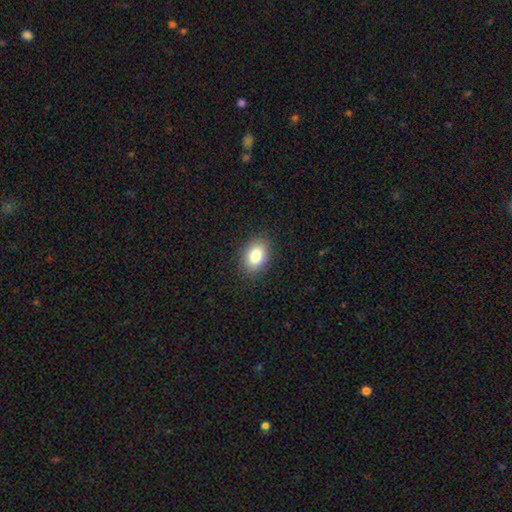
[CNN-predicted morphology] Smooth or featured? Predicted: smooth (p=0.85). How rounded? Predicted: in between (p=0.83). Merging? Predicted: none (p=0.88).